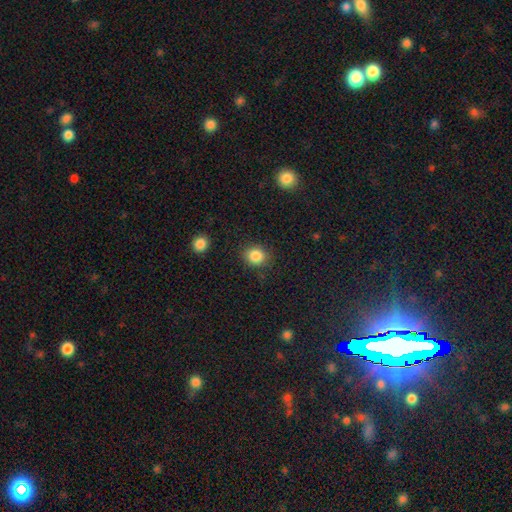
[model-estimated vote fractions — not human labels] smooth 86%, star or artifact 10%, featured or disk 4%. Down the decision tree: how rounded — round (75%); merging — none (86%).